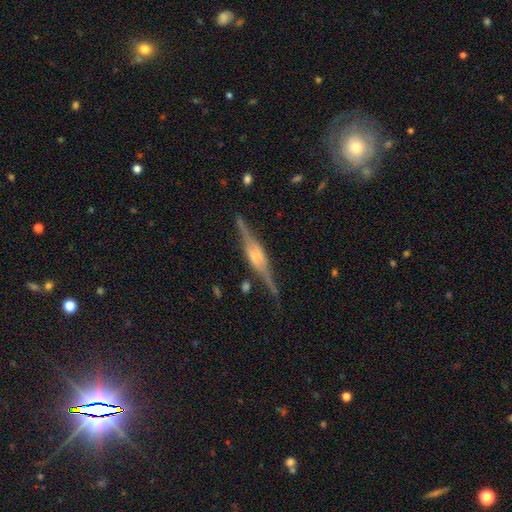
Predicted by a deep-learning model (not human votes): A featured or disk galaxy (86%) viewed edge-on (97%) with a rounded central bulge (63%). Merging: none (85%).